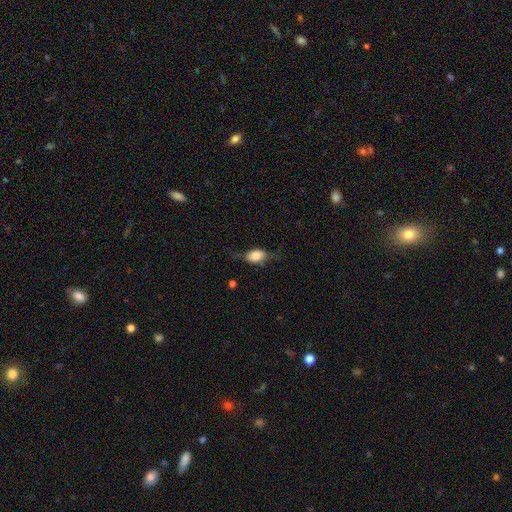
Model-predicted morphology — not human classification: This is possibly a smooth galaxy (57%). How rounded: likely in between (75%). Merging: possibly none (57%).